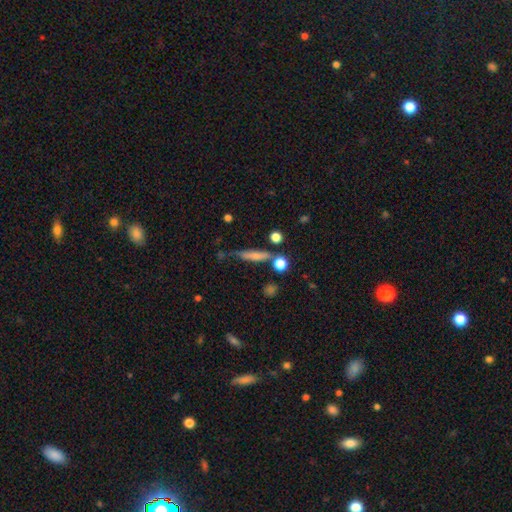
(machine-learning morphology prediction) Overall: smooth (64%; featured or disk 26%). How rounded: cigar-shaped (79%). Merging: none (66%).